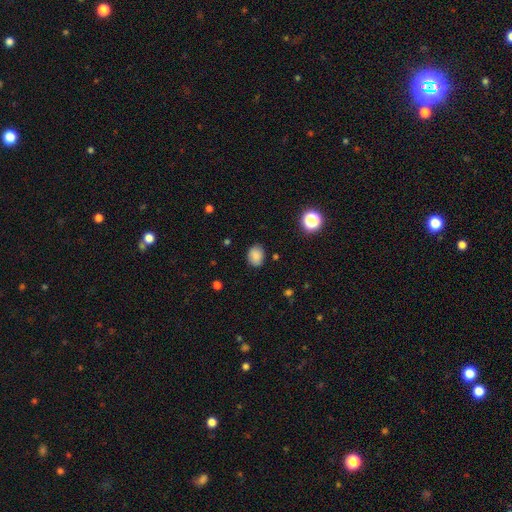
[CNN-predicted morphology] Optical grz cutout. It shows a smooth galaxy with no disk features (85%) that is in between round and cigar-shaped (59%). Merging: none (84%).